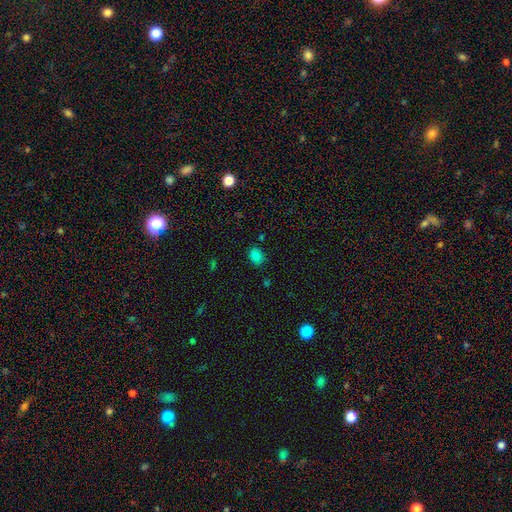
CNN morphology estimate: A smooth galaxy with no disk features (81%) that is in between round and cigar-shaped (56%). Merging: none (84%).